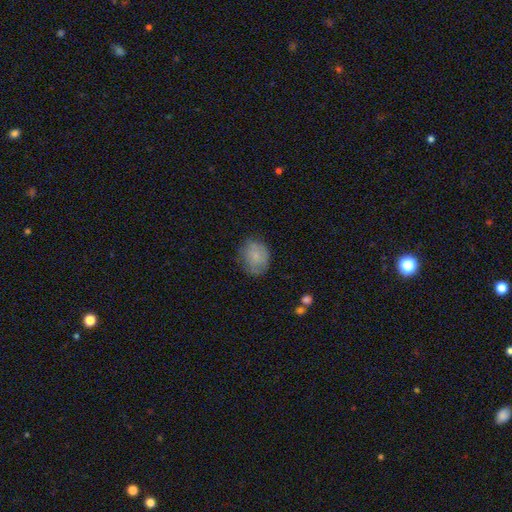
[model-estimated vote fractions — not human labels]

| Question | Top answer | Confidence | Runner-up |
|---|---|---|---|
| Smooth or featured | smooth | 75% | featured or disk (17%) |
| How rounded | round | 61% | in between (38%) |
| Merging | none | 68% | minor disturbance (23%) |